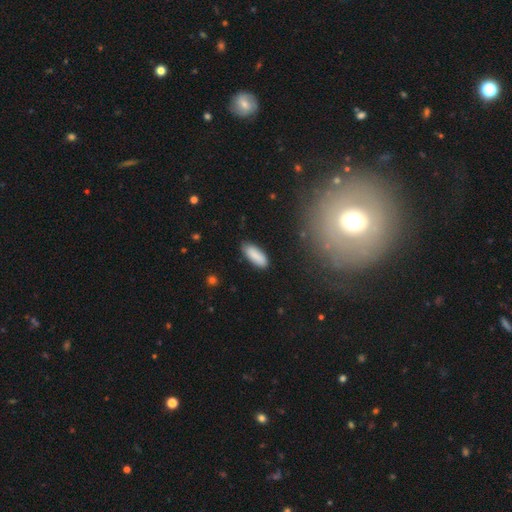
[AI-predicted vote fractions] A smooth galaxy with no disk features (88%) that is in between round and cigar-shaped (70%).

Vote fractions:
- Smooth or featured? smooth: 88% / star or artifact: 6% / featured or disk: 6%
- How rounded? in between: 70% / cigar-shaped: 28% / round: 2%
- Merging? none: 84% / minor disturbance: 12% / major disturbance: 2% / merger: 2%